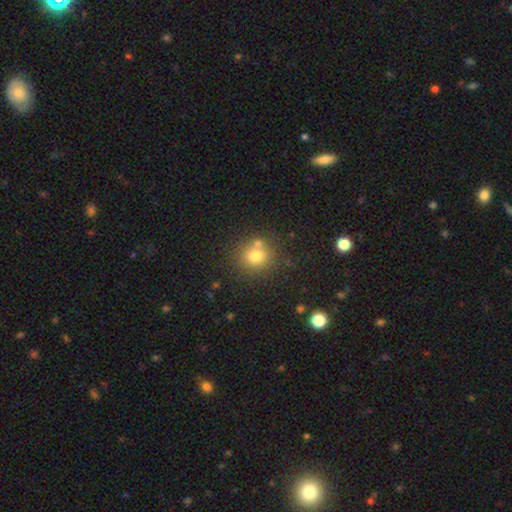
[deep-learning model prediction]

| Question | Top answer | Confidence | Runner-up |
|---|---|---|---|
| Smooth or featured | smooth | 75% | star or artifact (15%) |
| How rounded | round | 84% | in between (15%) |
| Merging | none | 68% | merger (19%) |